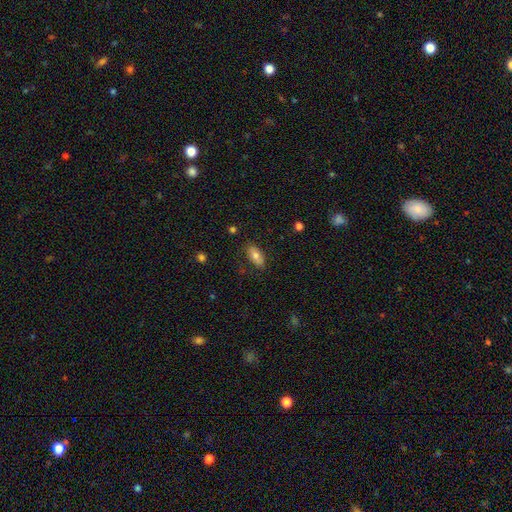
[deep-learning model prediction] smooth 73%, featured or disk 19%, star or artifact 8%. Down the decision tree: how rounded — in between (88%); merging — none (79%).